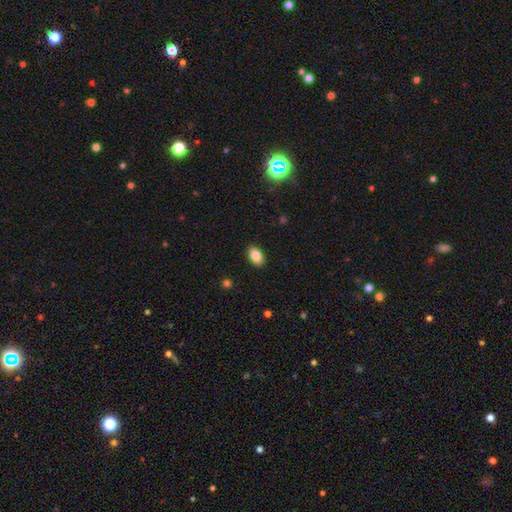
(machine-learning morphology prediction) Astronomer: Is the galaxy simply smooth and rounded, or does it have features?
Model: smooth — 84%.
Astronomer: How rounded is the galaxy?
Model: in between — 91%.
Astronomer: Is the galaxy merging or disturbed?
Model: none — 89%.